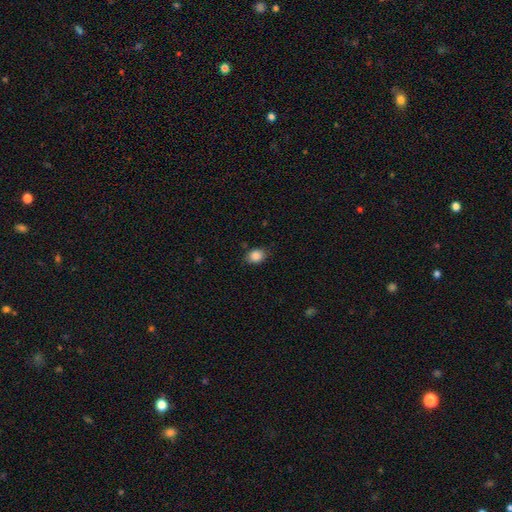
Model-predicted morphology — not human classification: Overall: smooth (87%). How rounded: in between (64%; round 34%). Merging: none (79%).